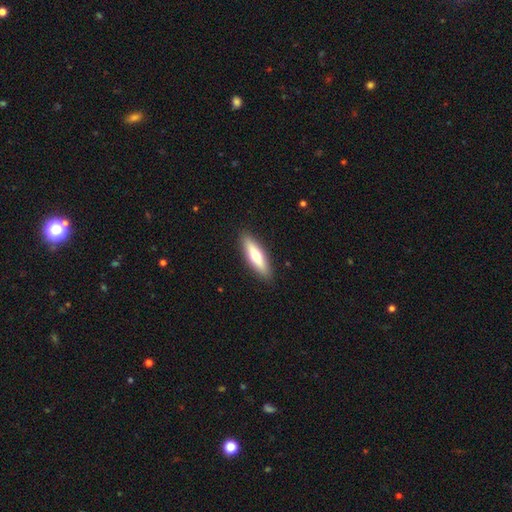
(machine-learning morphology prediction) A smooth galaxy with no disk features (57%) that is cigar-shaped (67%).

Vote fractions:
- Smooth or featured? smooth: 57% / featured or disk: 38% / star or artifact: 5%
- How rounded? cigar-shaped: 67% / in between: 31% / round: 2%
- Merging? none: 90% / minor disturbance: 8% / major disturbance: 2% / merger: 1%